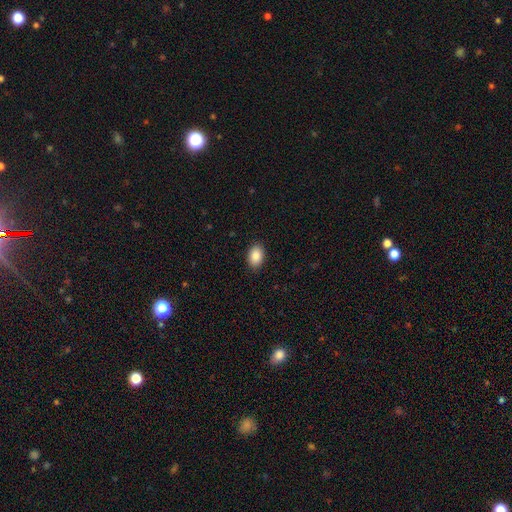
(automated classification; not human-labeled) The model was most divided on "how rounded": in between: 86%, round: 13%, cigar-shaped: 1%. More confident: merging — none (89%); smooth or featured — smooth (87%).